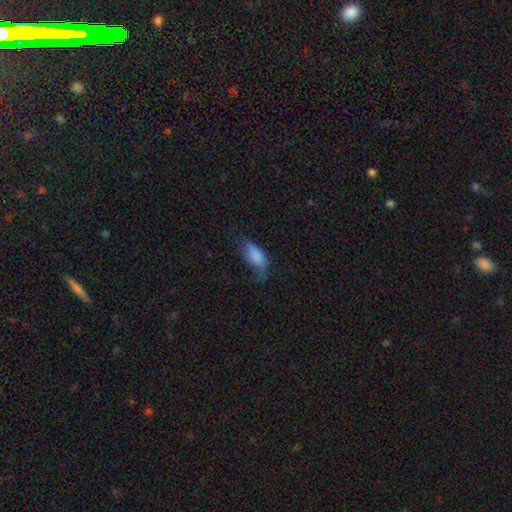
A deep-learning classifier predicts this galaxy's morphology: Smooth or featured? Predicted: smooth (p=0.80). How rounded? Predicted: in between (p=0.87). Merging? Predicted: minor disturbance (p=0.37).